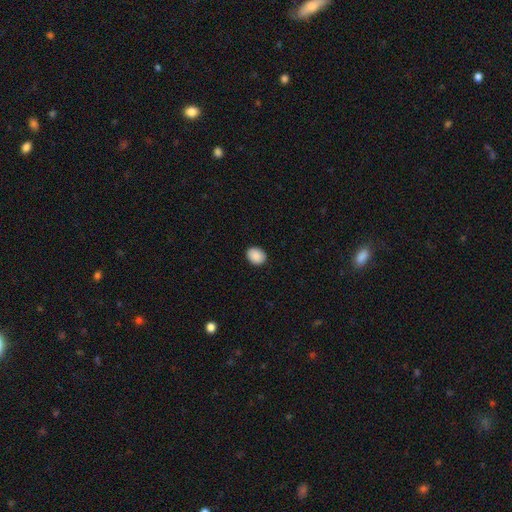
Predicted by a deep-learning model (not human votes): Smooth or featured? Predicted: smooth (p=0.90). How rounded? Predicted: in between (p=0.54). Merging? Predicted: none (p=0.90).